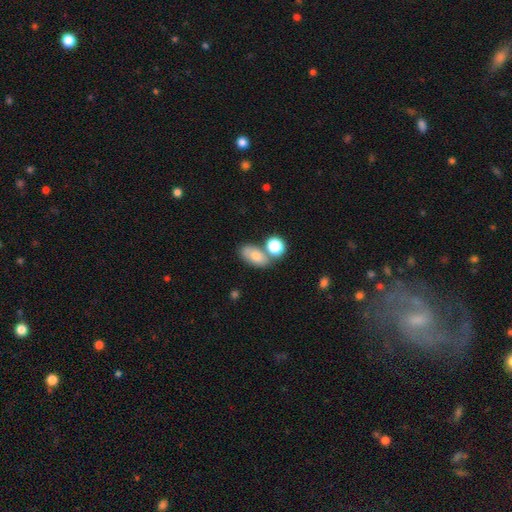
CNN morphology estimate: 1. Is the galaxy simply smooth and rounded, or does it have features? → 75% smooth, 15% featured or disk, 10% star or artifact.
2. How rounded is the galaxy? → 84% in between, 13% round, 3% cigar-shaped.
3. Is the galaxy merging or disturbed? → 51% none, 27% merger, 16% minor disturbance, 6% major disturbance.